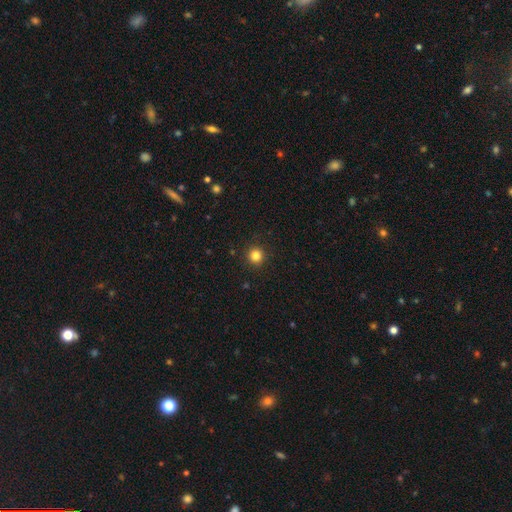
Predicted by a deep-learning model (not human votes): Morphology: type=smooth (83%); roundness=round (95%); merging=none (92%).